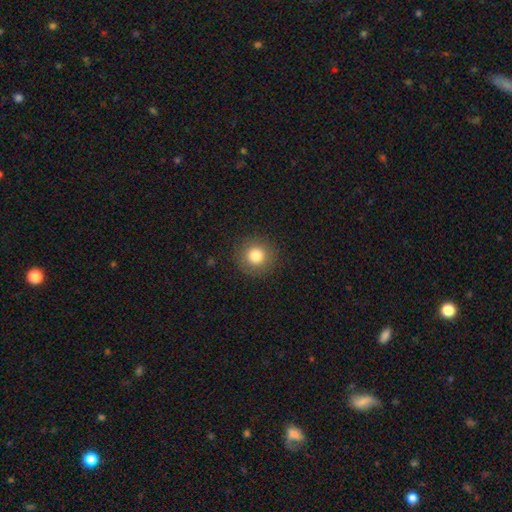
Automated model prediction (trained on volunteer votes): A smooth galaxy with no disk features (81%) that is round (95%).

Vote fractions:
- Smooth or featured? smooth: 81% / star or artifact: 11% / featured or disk: 8%
- How rounded? round: 95% / in between: 4% / cigar-shaped: 1%
- Merging? none: 90% / minor disturbance: 6% / major disturbance: 3% / merger: 1%